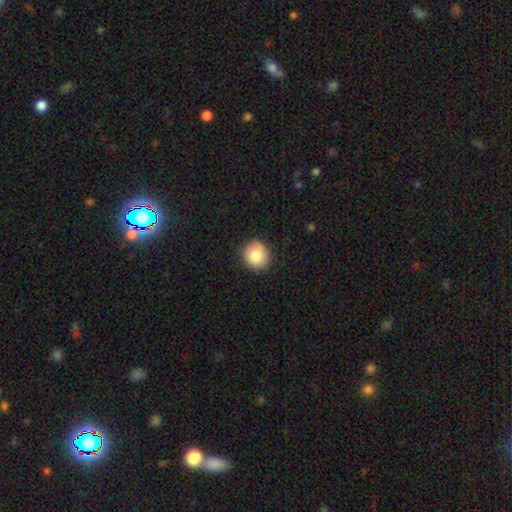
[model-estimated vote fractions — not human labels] This appears to be a smooth galaxy with no disk features (81%) that is round (91%). Merging: none (88%).